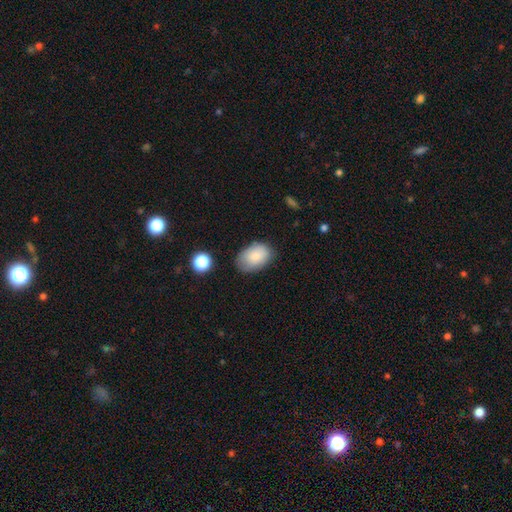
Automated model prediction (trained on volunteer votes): This appears to be a smooth galaxy with no disk features (83%) that is in between round and cigar-shaped (87%). Merging: none (74%).